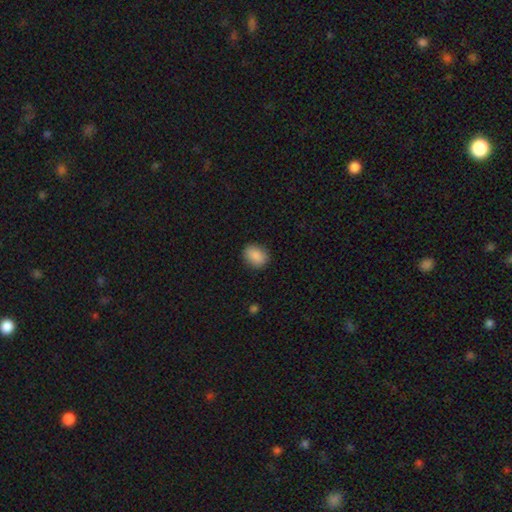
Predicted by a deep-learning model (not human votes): The model was most divided on "how rounded": in between: 60%, round: 39%, cigar-shaped: 1%. More confident: smooth or featured — smooth (89%); merging — none (87%).